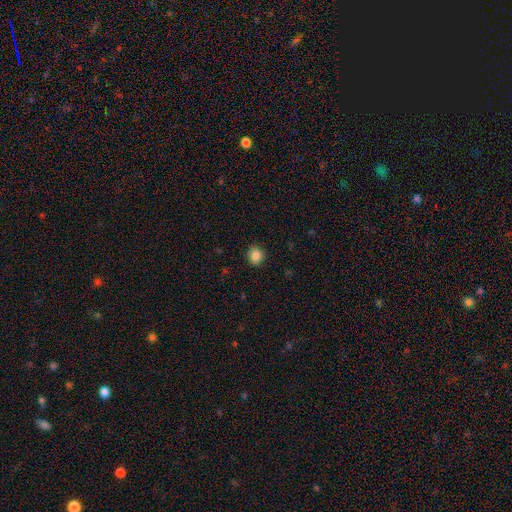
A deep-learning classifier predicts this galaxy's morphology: The model was most divided on "how rounded": round: 79%, in between: 20%, cigar-shaped: 1%. More confident: merging — none (89%); smooth or featured — smooth (86%).